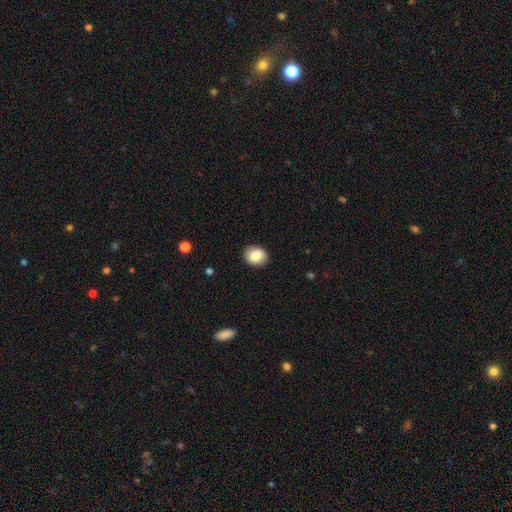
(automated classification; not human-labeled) This appears to be a smooth galaxy with no disk features (84%) that is round (58%). Merging: none (89%).